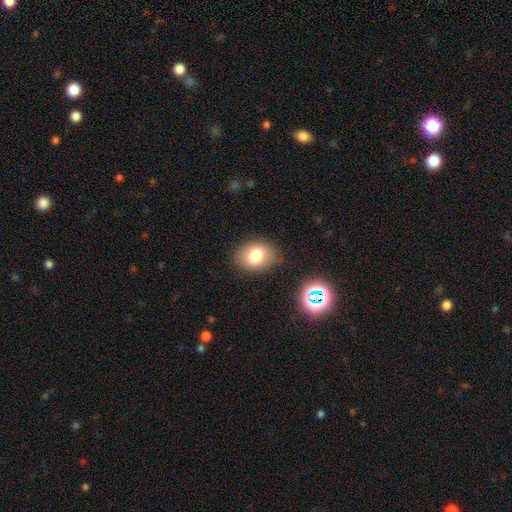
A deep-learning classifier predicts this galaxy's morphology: smooth_or_featured: smooth (p=0.76) [alt: star or artifact p=0.12]
how_rounded: in between (p=0.58) [alt: round p=0.41]
merging: none (p=0.81) [alt: minor disturbance p=0.13]